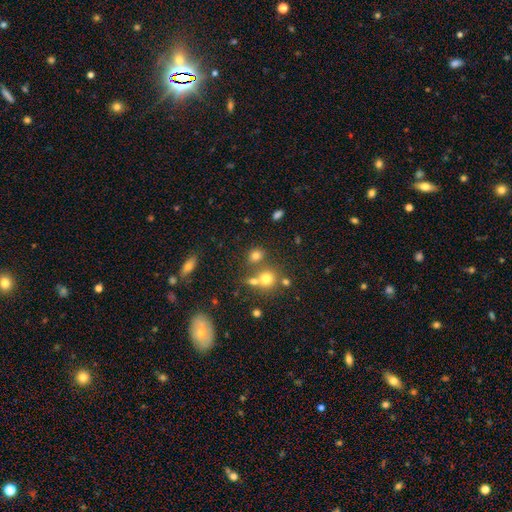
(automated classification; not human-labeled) Q: Smooth or featured?
A: smooth (72%); runner-up: star or artifact (17%)
Q: How rounded?
A: round (63%); runner-up: in between (35%)
Q: Merging?
A: none (63%); runner-up: merger (21%)